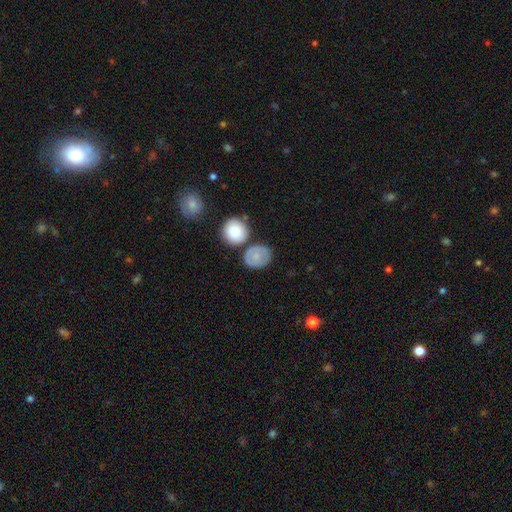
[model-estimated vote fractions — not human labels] The model was most divided on "how rounded": round: 60%, in between: 39%, cigar-shaped: 1%. More confident: smooth or featured — smooth (70%); merging — none (65%).